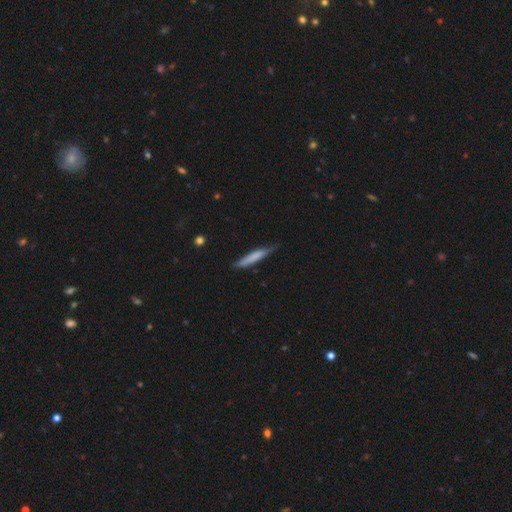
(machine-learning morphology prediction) smooth 68%, featured or disk 25%, star or artifact 6%. Down the decision tree: how rounded — cigar-shaped (92%); merging — none (70%).